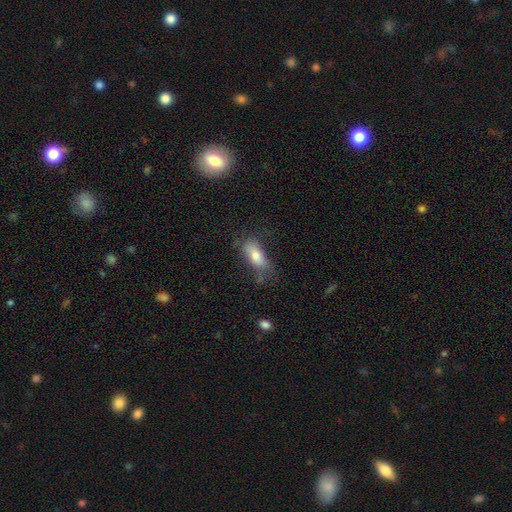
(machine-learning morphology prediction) smooth_or_featured: smooth (p=0.72) [alt: featured or disk p=0.19]
how_rounded: in between (p=0.78) [alt: cigar-shaped p=0.18]
merging: none (p=0.54) [alt: minor disturbance p=0.27]